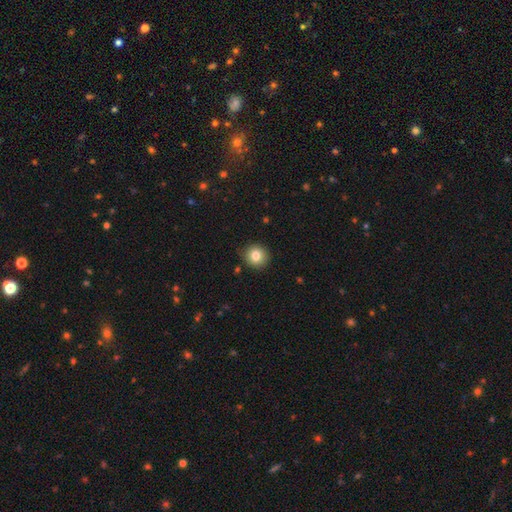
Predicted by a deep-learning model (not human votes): Smooth or featured? smooth (81%)
How rounded? round (91%)
Merging? none (87%)